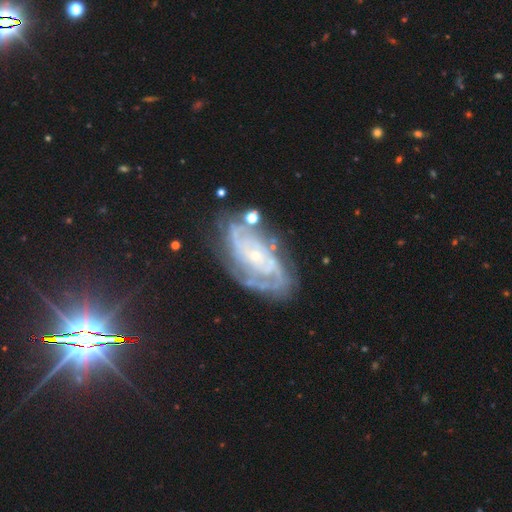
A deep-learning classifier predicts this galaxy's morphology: Smooth or featured: featured or disk — 85% (smooth — 8%)
Edge-on disk: no — 95% (yes — 5%)
Bar: no — 72% (weak — 21%)
Spiral arms: yes — 95% (no — 5%)
Spiral winding: tight — 65% (medium — 28%)
Spiral arm count: can't tell — 33% (2 — 31%)
Bulge size: small — 81% (moderate — 13%)
Merging: none — 68% (minor disturbance — 19%)